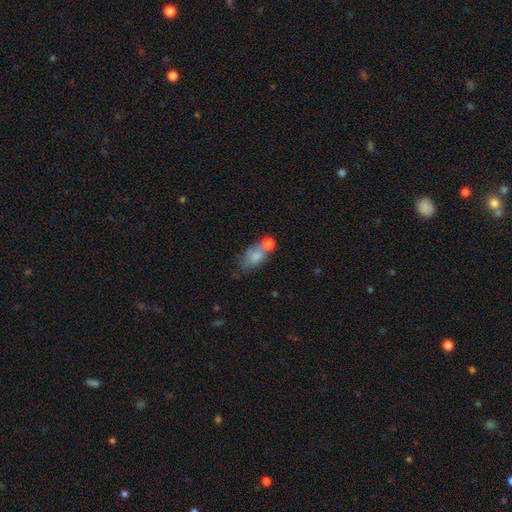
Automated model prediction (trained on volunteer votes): Morphology: type=smooth (70%); roundness=in between (83%); merging=none (35%).